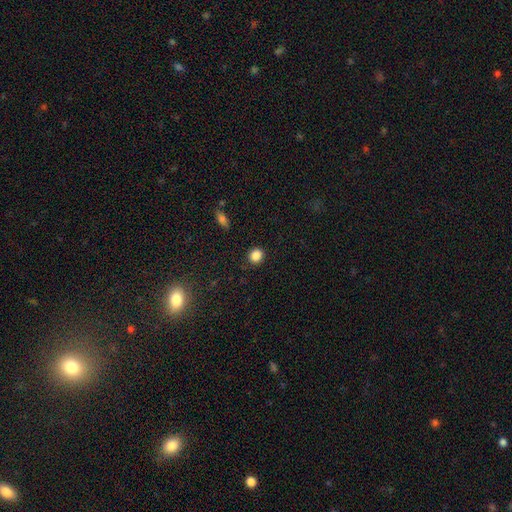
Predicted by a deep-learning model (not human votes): This is clearly a smooth galaxy (86%). How rounded: clearly round (81%). Merging: clearly none (90%).